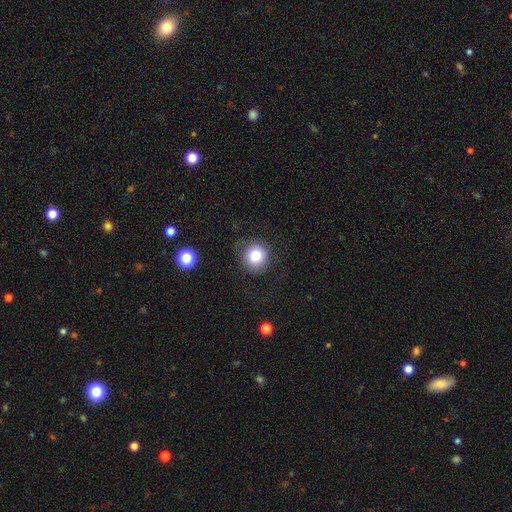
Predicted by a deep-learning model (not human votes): The model was most divided on "merging": none: 73%, minor disturbance: 17%, major disturbance: 8%, merger: 2%. More confident: how rounded — round (90%); smooth or featured — smooth (82%).